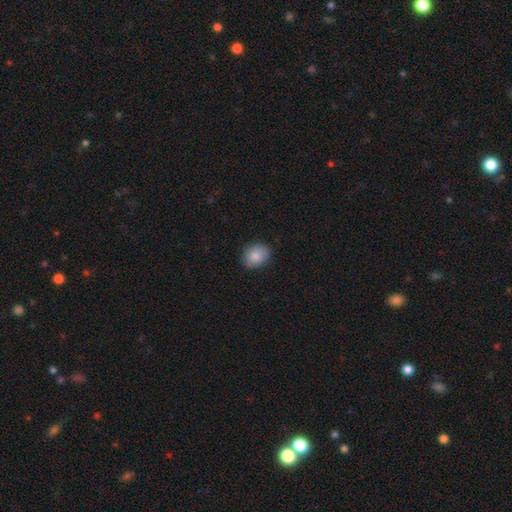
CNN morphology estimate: smooth 84%, featured or disk 9%, star or artifact 7%. Down the decision tree: how rounded — in between (53%); merging — none (83%).